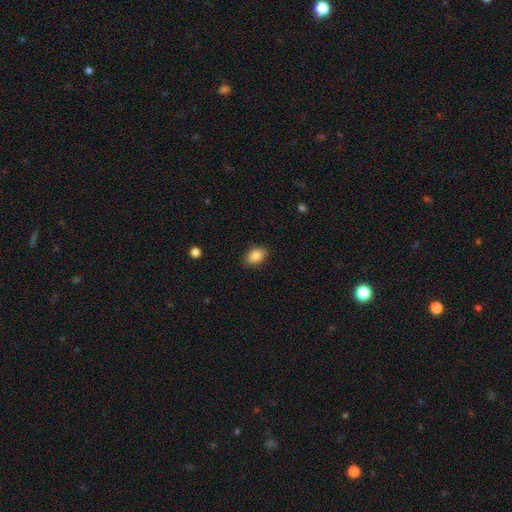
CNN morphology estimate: A smooth galaxy with no disk features (87%) that is in between round and cigar-shaped (85%).

Vote fractions:
- Smooth or featured? smooth: 87% / star or artifact: 8% / featured or disk: 5%
- How rounded? in between: 85% / round: 13% / cigar-shaped: 1%
- Merging? none: 87% / minor disturbance: 10% / major disturbance: 2% / merger: 1%